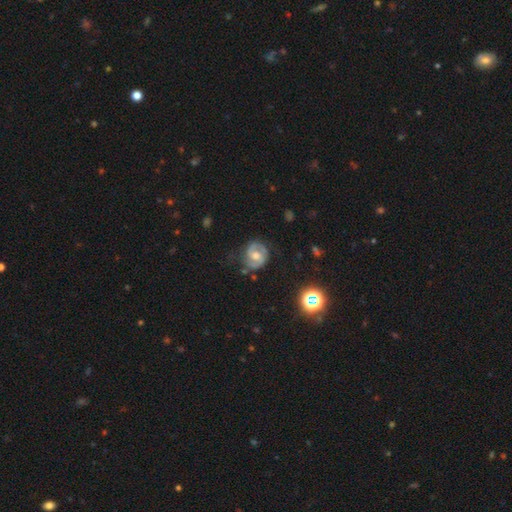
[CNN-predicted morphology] Smooth or featured: featured or disk — 75% (smooth — 17%)
Edge-on disk: no — 98% (yes — 2%)
Bar: no — 44% (weak — 43%)
Spiral arms: yes — 90% (no — 10%)
Spiral winding: medium — 48% (tight — 38%)
Spiral arm count: 2 — 86% (can't tell — 8%)
Bulge size: moderate — 69% (small — 19%)
Merging: none — 71% (minor disturbance — 20%)